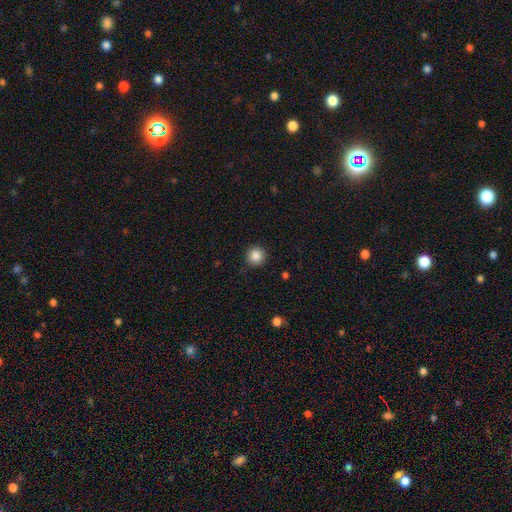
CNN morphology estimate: type=smooth (87%); roundness=round (95%); merging=none (90%).